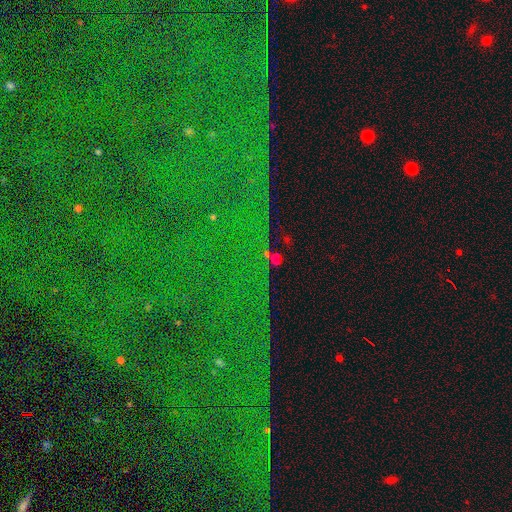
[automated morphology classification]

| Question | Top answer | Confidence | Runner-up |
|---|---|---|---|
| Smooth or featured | star or artifact | 86% | featured or disk (7%) |